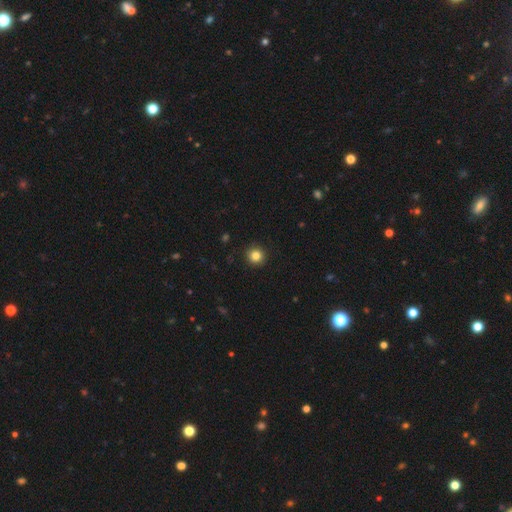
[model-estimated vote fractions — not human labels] A smooth galaxy with no disk features (84%) that is round (95%).

Vote fractions:
- Smooth or featured? smooth: 84% / star or artifact: 11% / featured or disk: 5%
- How rounded? round: 95% / in between: 4% / cigar-shaped: 1%
- Merging? none: 93% / minor disturbance: 5% / major disturbance: 2% / merger: 1%